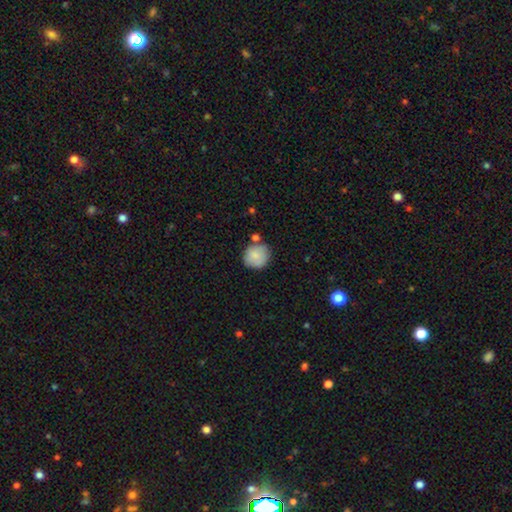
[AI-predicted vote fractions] The model was most divided on "merging": none: 68%, minor disturbance: 18%, merger: 10%, major disturbance: 4%. More confident: how rounded — round (86%); smooth or featured — smooth (82%).